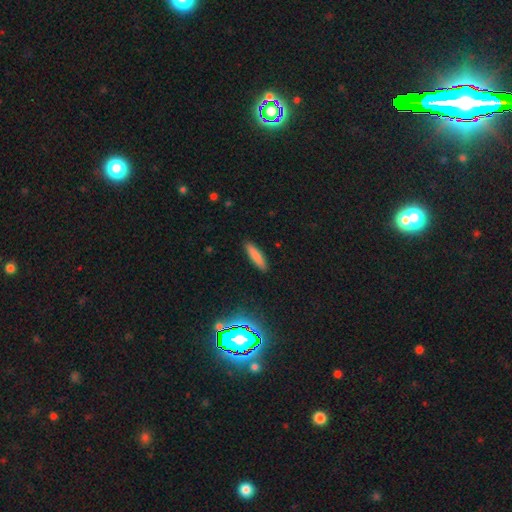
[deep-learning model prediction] Q: Smooth or featured?
A: smooth (82%); runner-up: featured or disk (9%)
Q: How rounded?
A: cigar-shaped (80%); runner-up: in between (18%)
Q: Merging?
A: none (90%); runner-up: minor disturbance (7%)